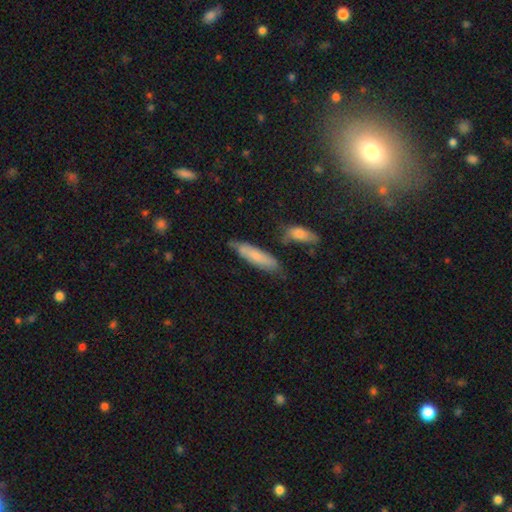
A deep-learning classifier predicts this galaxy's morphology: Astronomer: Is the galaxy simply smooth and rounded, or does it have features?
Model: smooth — 71%.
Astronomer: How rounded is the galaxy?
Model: cigar-shaped — 69%.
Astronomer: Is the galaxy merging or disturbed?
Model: none — 67%.